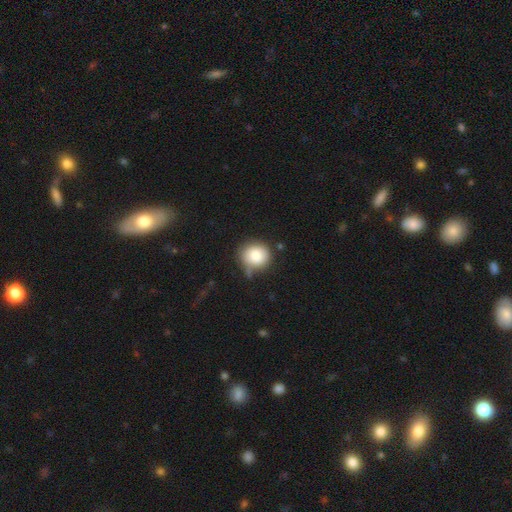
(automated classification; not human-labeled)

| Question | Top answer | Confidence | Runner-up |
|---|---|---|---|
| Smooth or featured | smooth | 82% | featured or disk (9%) |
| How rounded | round | 85% | in between (14%) |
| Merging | none | 61% | minor disturbance (25%) |